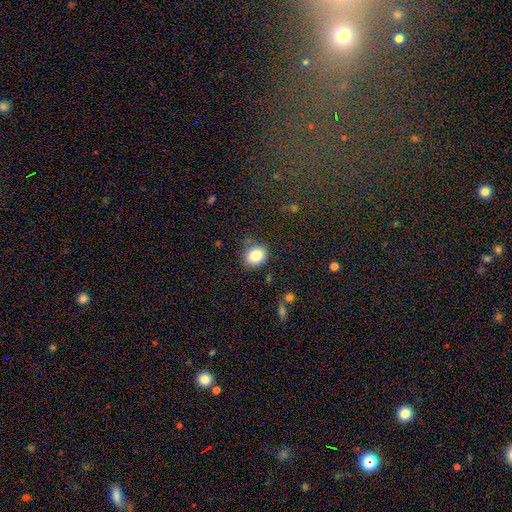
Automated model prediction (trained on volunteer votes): A smooth galaxy with no disk features (83%) that is round (63%). Merging: none (80%).